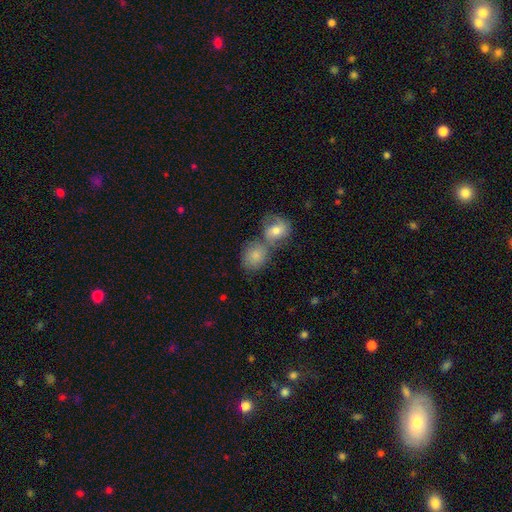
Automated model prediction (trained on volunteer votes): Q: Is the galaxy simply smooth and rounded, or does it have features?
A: smooth — 73%.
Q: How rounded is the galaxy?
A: round — 61%.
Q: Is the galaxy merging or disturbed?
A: merger — 55%.